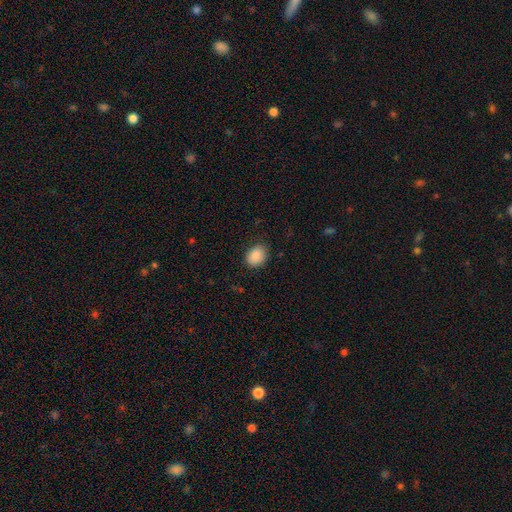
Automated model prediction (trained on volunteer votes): This appears to be a smooth galaxy with no disk features (88%) that is in between round and cigar-shaped (59%). Merging: none (83%).